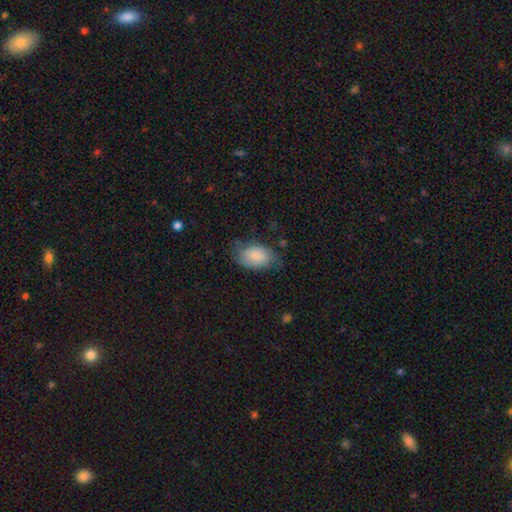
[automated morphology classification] This appears to be a smooth galaxy with no disk features (83%) that is in between round and cigar-shaped (88%). Merging: none (59%).